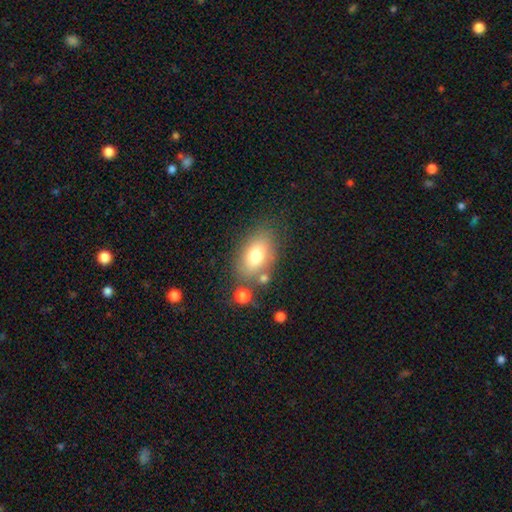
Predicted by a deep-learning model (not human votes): Smooth or featured?
  - smooth: 74% *
  - featured or disk: 16%
  - star or artifact: 10%
How rounded?
  - in between: 84% *
  - round: 14%
  - cigar-shaped: 2%
Merging?
  - none: 68% *
  - minor disturbance: 16%
  - merger: 10%
  - major disturbance: 6%